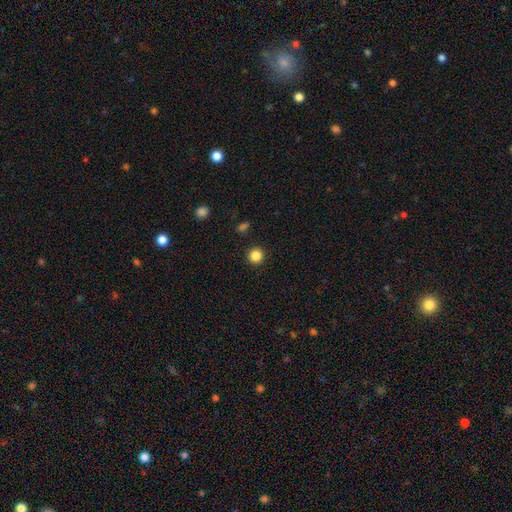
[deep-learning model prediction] A smooth galaxy with no disk features (85%) that is round (95%). Merging: none (92%).